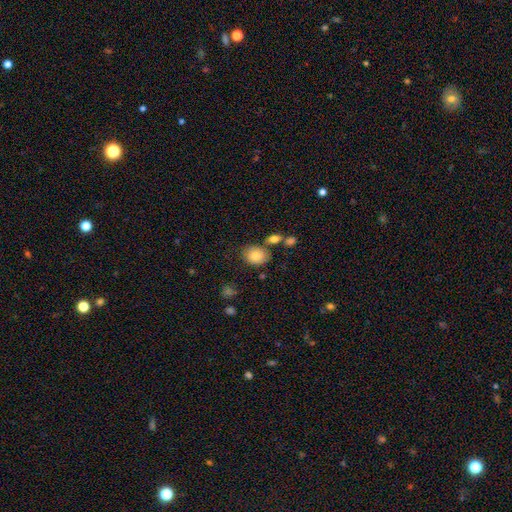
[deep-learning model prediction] smooth 80%, featured or disk 12%, star or artifact 9%. Down the decision tree: how rounded — in between (58%); merging — none (71%).